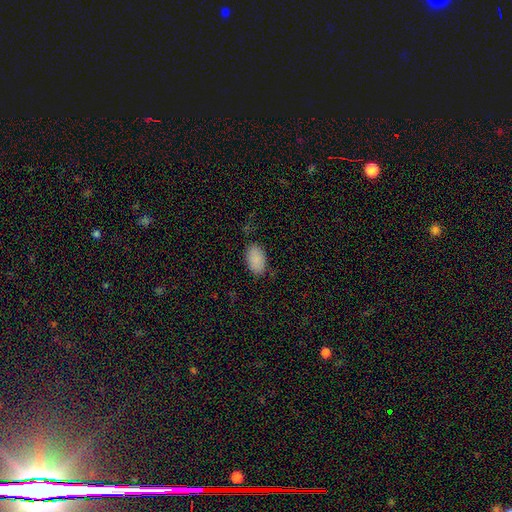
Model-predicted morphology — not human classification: type=smooth (89%); roundness=in between (94%); merging=none (80%).